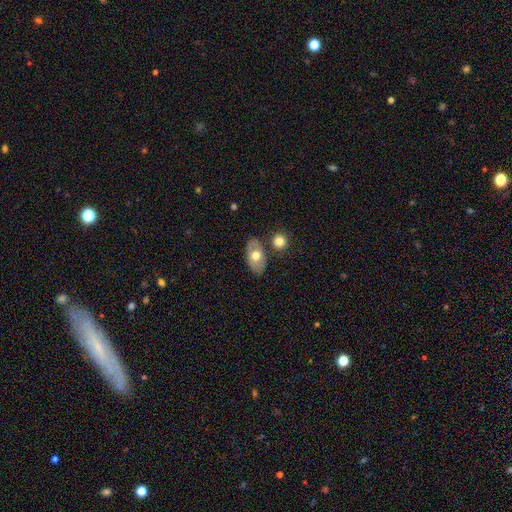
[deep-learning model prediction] Smooth or featured? smooth (59%)
How rounded? in between (88%)
Merging? none (75%)